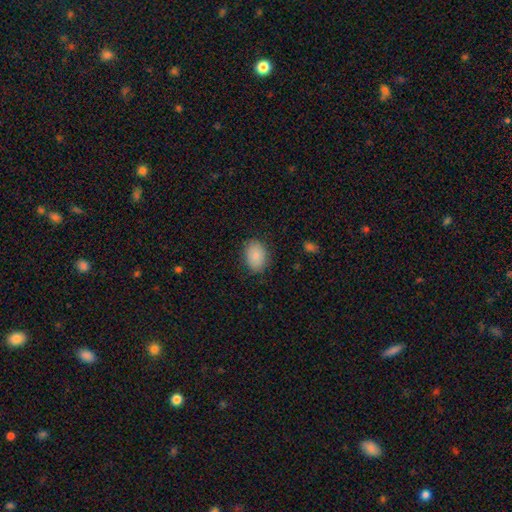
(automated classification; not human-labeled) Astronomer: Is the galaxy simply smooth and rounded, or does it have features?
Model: smooth — 85%.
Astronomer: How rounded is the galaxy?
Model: in between — 74%.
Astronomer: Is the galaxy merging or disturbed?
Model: none — 83%.